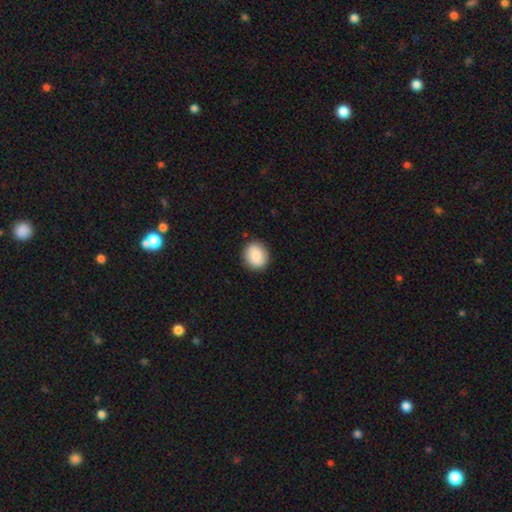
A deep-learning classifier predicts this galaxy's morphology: smooth_or_featured: smooth (p=0.83) [alt: featured or disk p=0.09]
how_rounded: round (p=0.74) [alt: in between p=0.25]
merging: none (p=0.89) [alt: minor disturbance p=0.08]